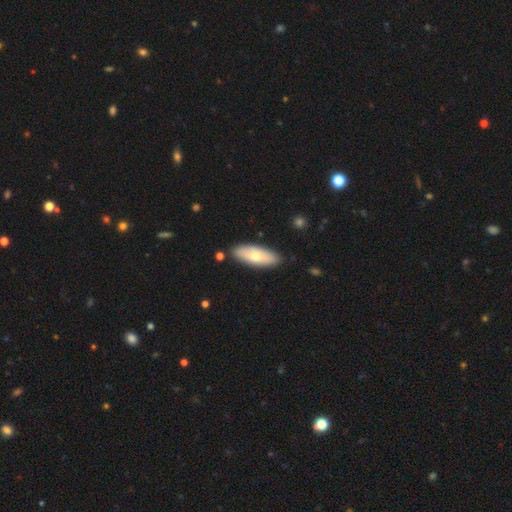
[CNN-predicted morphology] Smooth or featured? smooth (65%)
How rounded? in between (71%)
Merging? none (87%)